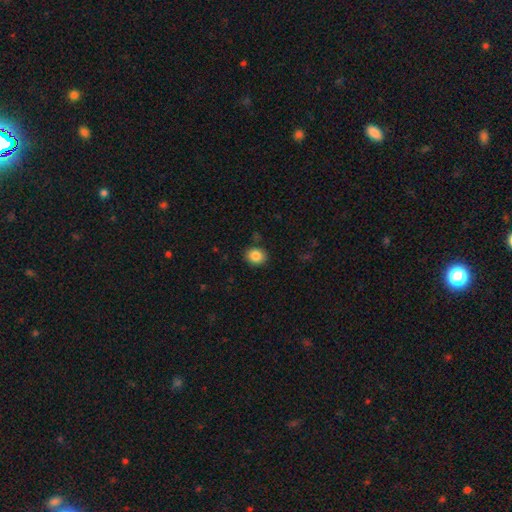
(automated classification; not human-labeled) Overall: smooth (85%). How rounded: round (68%; in between 32%). Merging: none (87%).